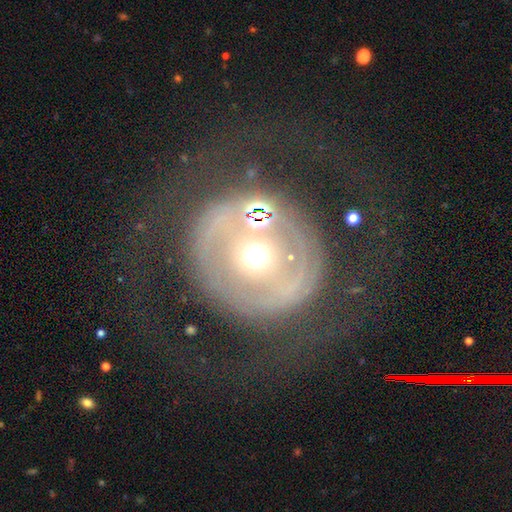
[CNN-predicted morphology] Smooth or featured: featured or disk — 63% (smooth — 25%)
Edge-on disk: no — 94% (yes — 6%)
Bar: no — 59% (weak — 24%)
Spiral arms: no — 57% (yes — 43%)
Bulge size: moderate — 66% (small — 16%)
Merging: none — 73% (minor disturbance — 13%)